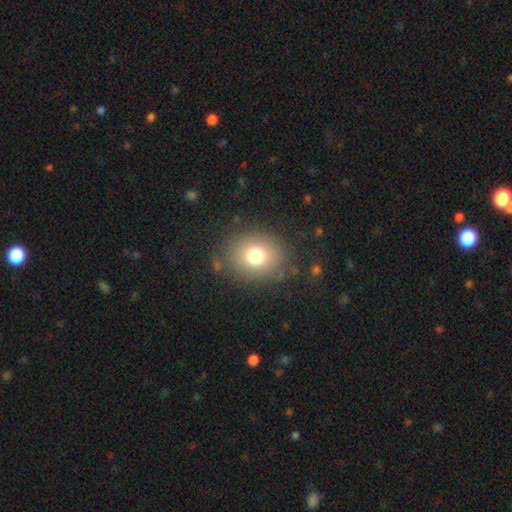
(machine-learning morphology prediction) Smooth or featured? Predicted: smooth (p=0.75). How rounded? Predicted: round (p=0.74). Merging? Predicted: none (p=0.83).